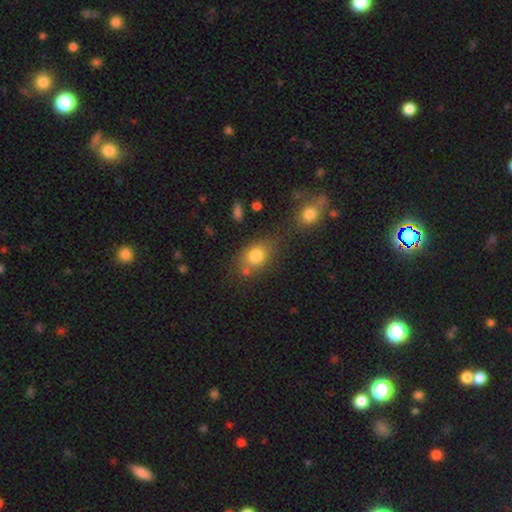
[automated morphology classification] Smooth or featured: smooth — 78% (star or artifact — 11%)
How rounded: in between — 62% (round — 36%)
Merging: none — 60% (minor disturbance — 18%)